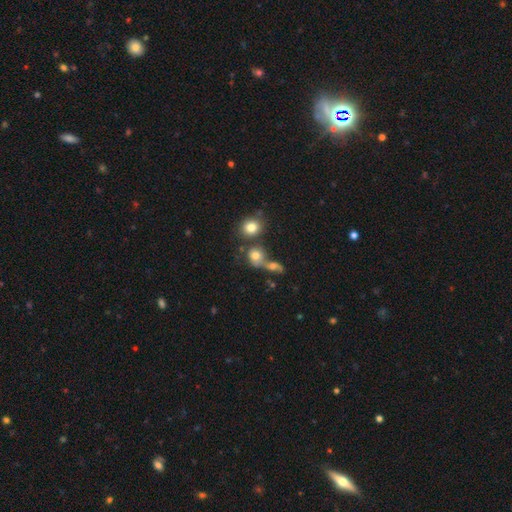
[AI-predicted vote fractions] smooth-or-featured: smooth: 70% | star or artifact: 16% | featured or disk: 15%
  how-rounded: round: 75% | in between: 23% | cigar-shaped: 2%
  merging: none: 43% | merger: 39% | minor disturbance: 11% | major disturbance: 8%